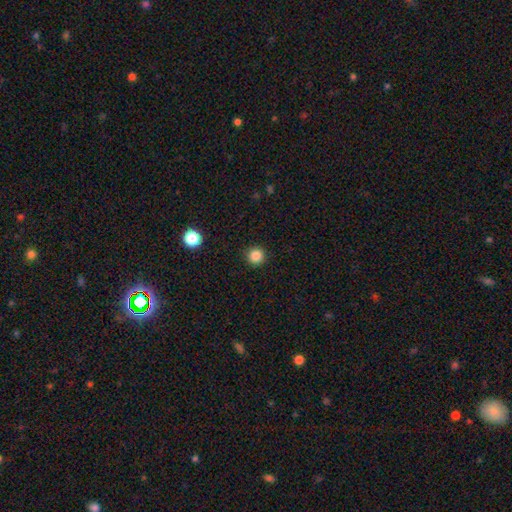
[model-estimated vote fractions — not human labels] Smooth or featured? smooth (85%)
How rounded? round (96%)
Merging? none (93%)